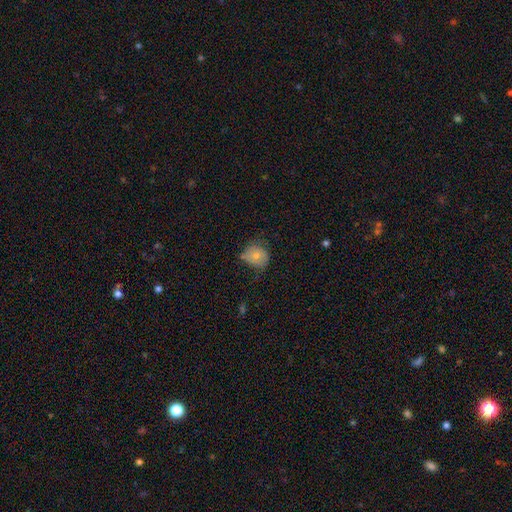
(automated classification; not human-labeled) smooth 67%, featured or disk 24%, star or artifact 9%. Down the decision tree: how rounded — round (70%); merging — none (46%).